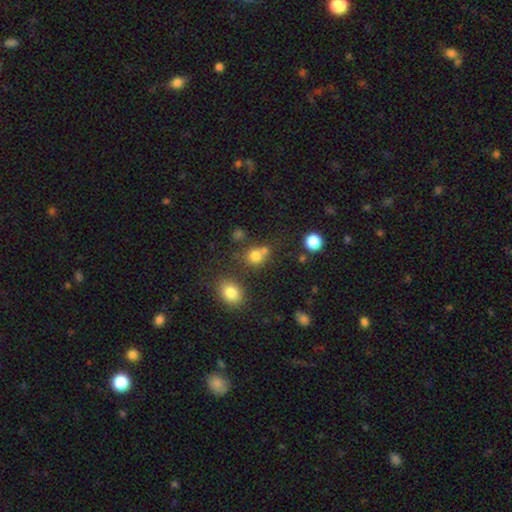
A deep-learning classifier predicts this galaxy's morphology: Smooth or featured?
  - smooth: 77% *
  - star or artifact: 15%
  - featured or disk: 8%
How rounded?
  - round: 78% *
  - in between: 21%
  - cigar-shaped: 1%
Merging?
  - none: 54% *
  - merger: 29%
  - minor disturbance: 12%
  - major disturbance: 5%